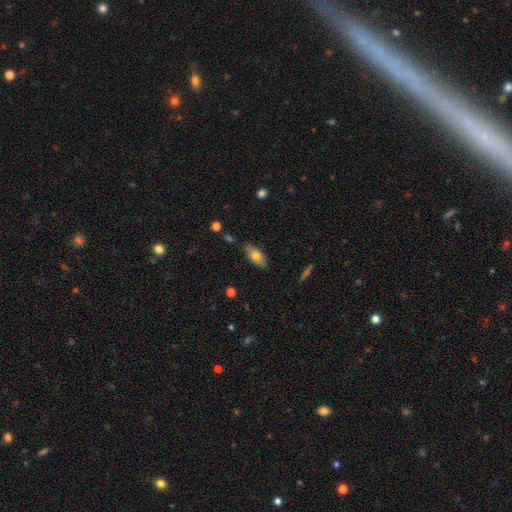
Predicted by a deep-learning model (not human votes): Q: Smooth or featured?
A: smooth (69%); runner-up: featured or disk (25%)
Q: How rounded?
A: in between (82%); runner-up: cigar-shaped (15%)
Q: Merging?
A: none (80%); runner-up: minor disturbance (15%)